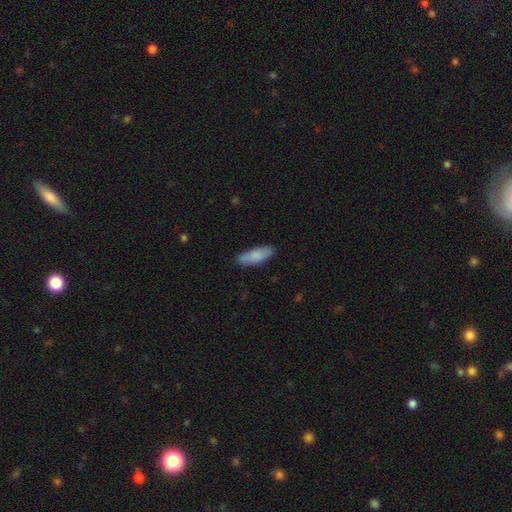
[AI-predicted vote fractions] smooth_or_featured: smooth (p=0.85) [alt: featured or disk p=0.09]
how_rounded: in between (p=0.62) [alt: cigar-shaped p=0.36]
merging: none (p=0.85) [alt: minor disturbance p=0.12]